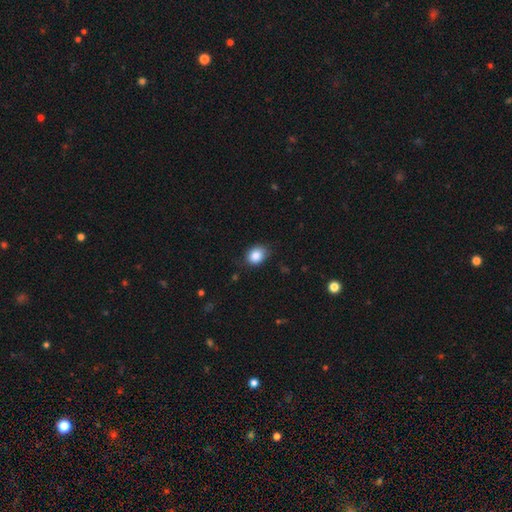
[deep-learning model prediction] A smooth galaxy with no disk features (86%) that is round (54%).

Vote fractions:
- Smooth or featured? smooth: 86% / star or artifact: 9% / featured or disk: 5%
- How rounded? round: 54% / in between: 45% / cigar-shaped: 1%
- Merging? none: 76% / minor disturbance: 19% / major disturbance: 4% / merger: 1%